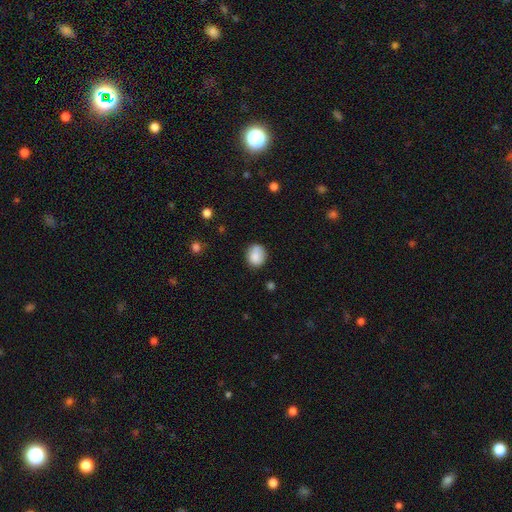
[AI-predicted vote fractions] Smooth or featured: smooth — 85% (star or artifact — 8%)
How rounded: round — 70% (in between — 29%)
Merging: none — 75% (minor disturbance — 18%)